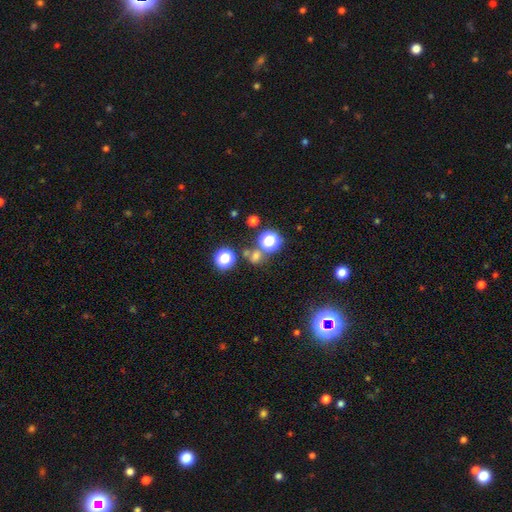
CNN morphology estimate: Smooth or featured: smooth — 57% (star or artifact — 34%)
How rounded: round — 79% (in between — 20%)
Merging: none — 64% (merger — 22%)